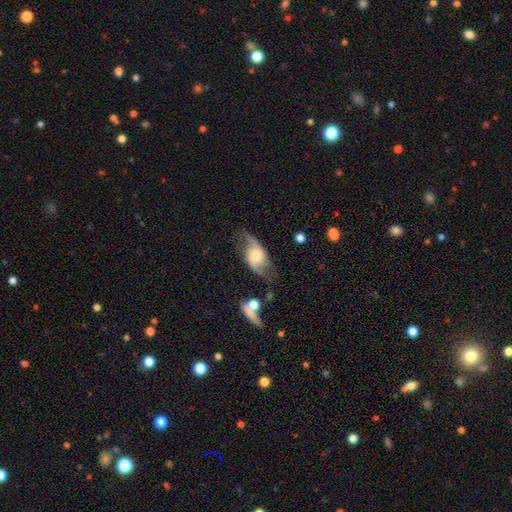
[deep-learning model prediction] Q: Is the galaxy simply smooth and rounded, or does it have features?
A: featured or disk — 79%.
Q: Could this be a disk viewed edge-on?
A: no — 94%.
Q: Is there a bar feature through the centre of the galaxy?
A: no — 56%.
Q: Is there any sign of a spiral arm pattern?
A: yes — 93%.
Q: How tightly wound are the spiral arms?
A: loose — 58%.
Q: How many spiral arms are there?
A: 2 — 90%.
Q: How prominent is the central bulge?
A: moderate — 55%.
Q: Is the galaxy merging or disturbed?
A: none — 62%.